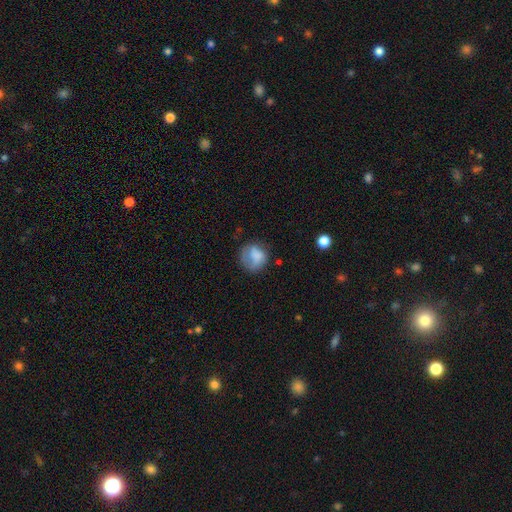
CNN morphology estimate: Overall: smooth (74%). How rounded: round (75%). Merging: none (50%; minor disturbance 28%).